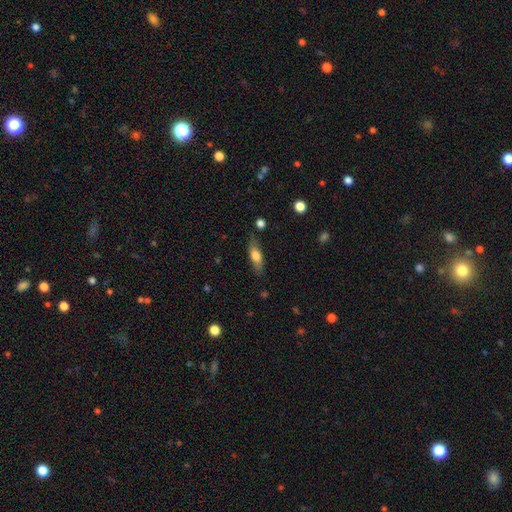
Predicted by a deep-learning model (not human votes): A smooth galaxy with no disk features (66%) that is in between round and cigar-shaped (56%). Merging: none (78%).